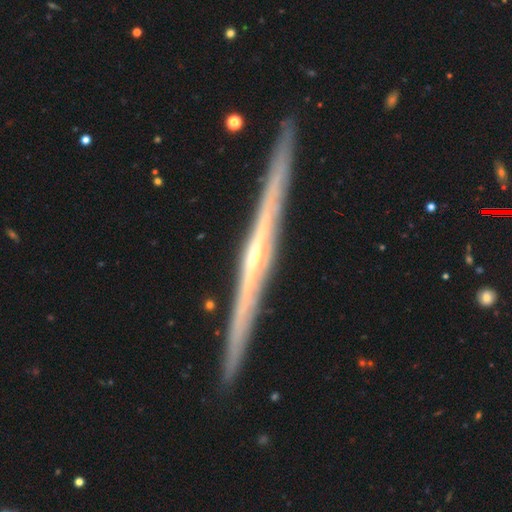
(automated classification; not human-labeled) Overall: featured or disk (85%). Edge-on disk: yes (98%). Edge-on bulge: none (47%; rounded 46%). Merging: none (91%).